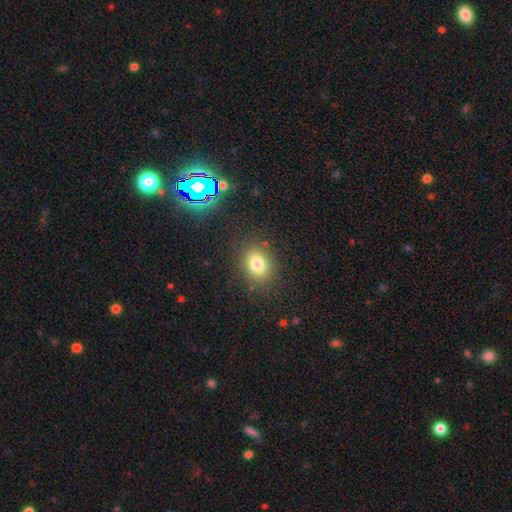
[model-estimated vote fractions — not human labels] This is likely a smooth galaxy (70%). How rounded: possibly in between (57%). Merging: clearly none (87%).